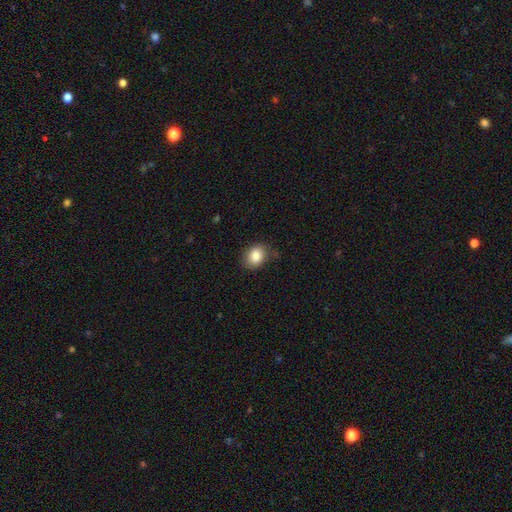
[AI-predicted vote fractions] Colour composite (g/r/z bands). It shows a smooth galaxy with no disk features (84%) that is in between round and cigar-shaped (50%). Merging: none (77%).